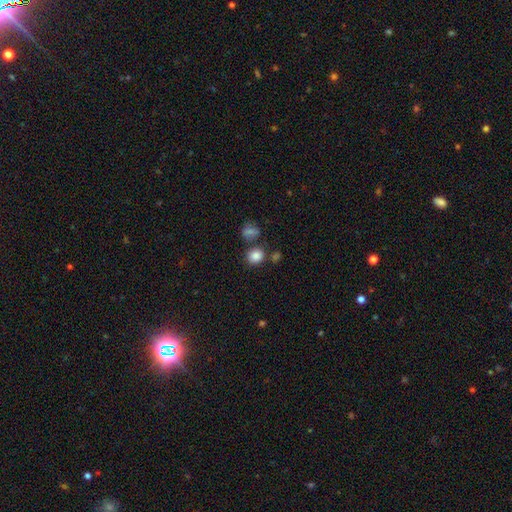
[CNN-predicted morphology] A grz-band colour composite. It shows a smooth galaxy with no disk features (84%) that is round (72%). Merging: none (71%).